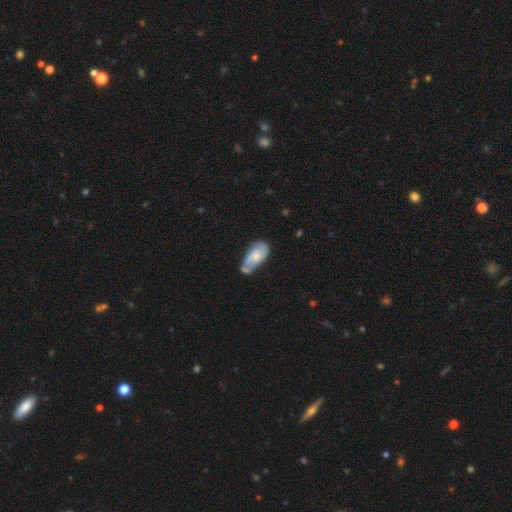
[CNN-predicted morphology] type=smooth (49%); merging=none (33%).